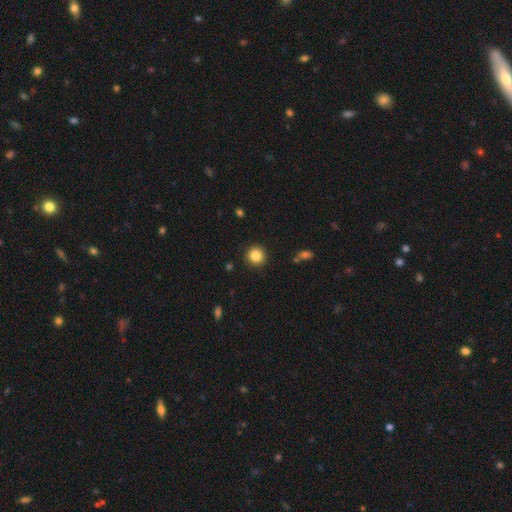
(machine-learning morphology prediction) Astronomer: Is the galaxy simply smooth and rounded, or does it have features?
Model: smooth — 85%.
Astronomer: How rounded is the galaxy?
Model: round — 92%.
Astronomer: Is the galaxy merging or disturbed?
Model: none — 90%.